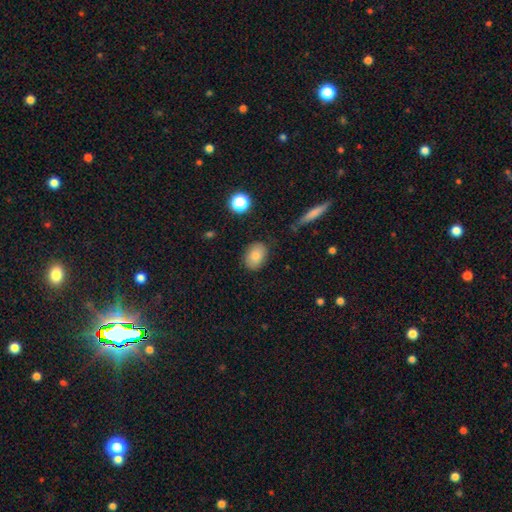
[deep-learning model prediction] Smooth or featured? smooth (80%)
How rounded? in between (70%)
Merging? none (82%)